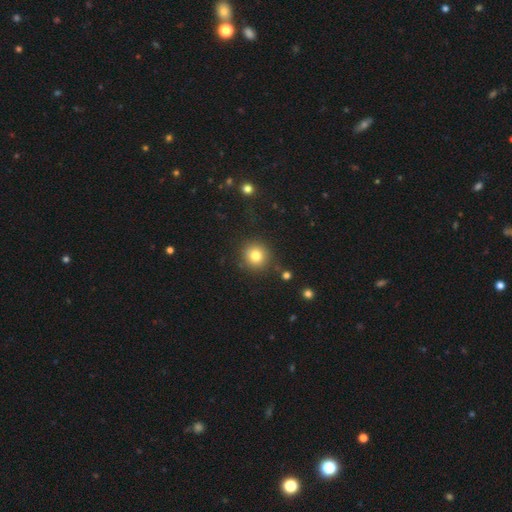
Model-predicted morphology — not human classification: A smooth galaxy with no disk features (80%) that is round (92%).

Vote fractions:
- Smooth or featured? smooth: 80% / star or artifact: 12% / featured or disk: 8%
- How rounded? round: 92% / in between: 7% / cigar-shaped: 1%
- Merging? none: 87% / minor disturbance: 8% / major disturbance: 3% / merger: 2%